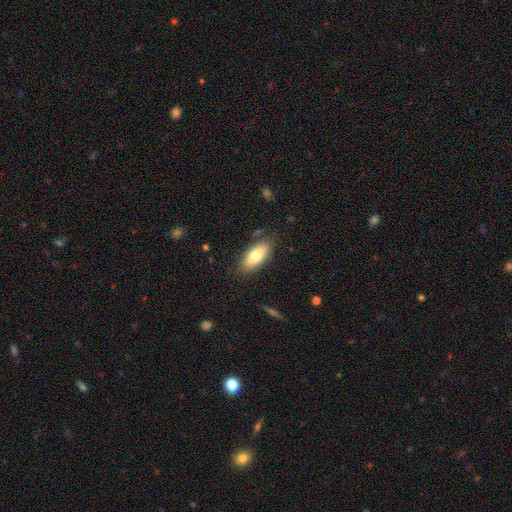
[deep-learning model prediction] Morphology: type=smooth (79%); roundness=in between (85%); merging=none (82%).